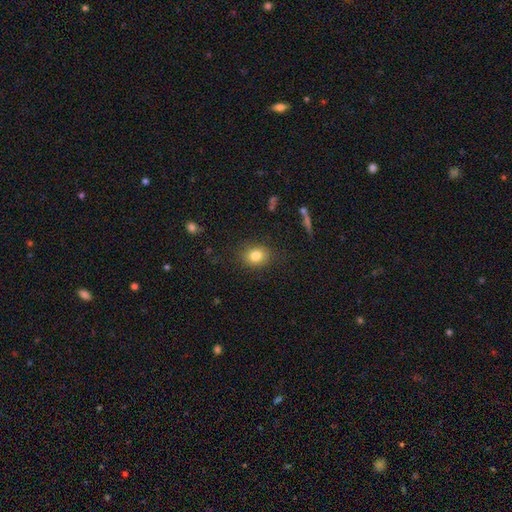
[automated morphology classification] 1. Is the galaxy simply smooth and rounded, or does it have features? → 81% smooth, 11% star or artifact, 8% featured or disk.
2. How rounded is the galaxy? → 61% round, 38% in between, 1% cigar-shaped.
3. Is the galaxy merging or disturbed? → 85% none, 11% minor disturbance, 3% major disturbance, 1% merger.